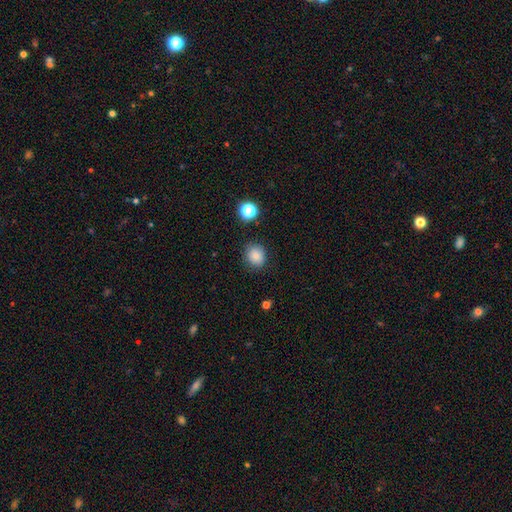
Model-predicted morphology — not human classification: The model was most divided on "how rounded": round: 75%, in between: 24%, cigar-shaped: 1%. More confident: merging — none (85%); smooth or featured — smooth (85%).